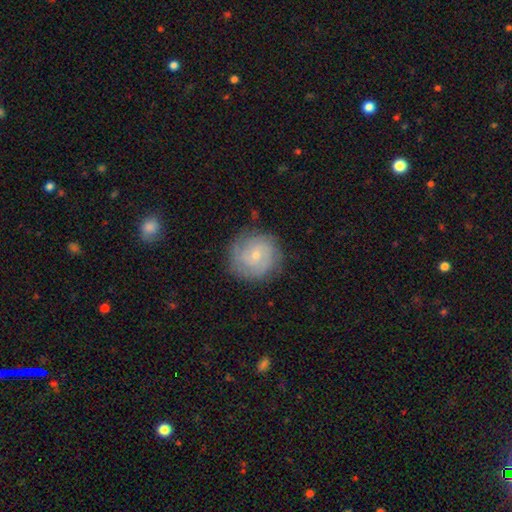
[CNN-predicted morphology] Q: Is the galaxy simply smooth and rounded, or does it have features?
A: featured or disk — 65%.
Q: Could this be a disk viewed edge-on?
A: no — 98%.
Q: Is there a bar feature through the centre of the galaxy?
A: no — 62%.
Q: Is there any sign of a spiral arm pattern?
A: yes — 90%.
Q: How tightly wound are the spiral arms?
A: tight — 62%.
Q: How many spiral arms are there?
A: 2 — 35%.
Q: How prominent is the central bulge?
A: small — 73%.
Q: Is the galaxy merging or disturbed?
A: none — 81%.